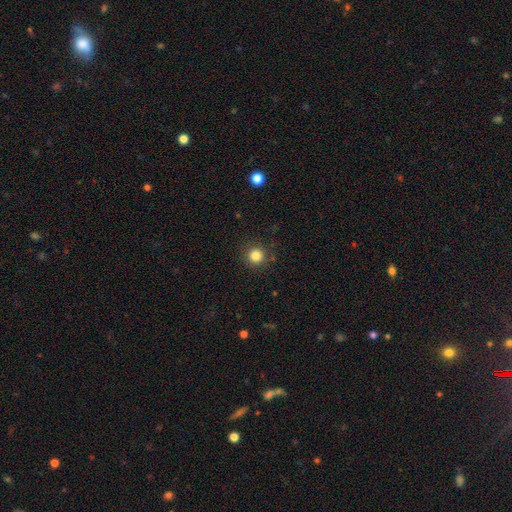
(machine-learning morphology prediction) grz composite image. It shows a smooth galaxy with no disk features (83%) that is round (94%). Merging: none (89%).